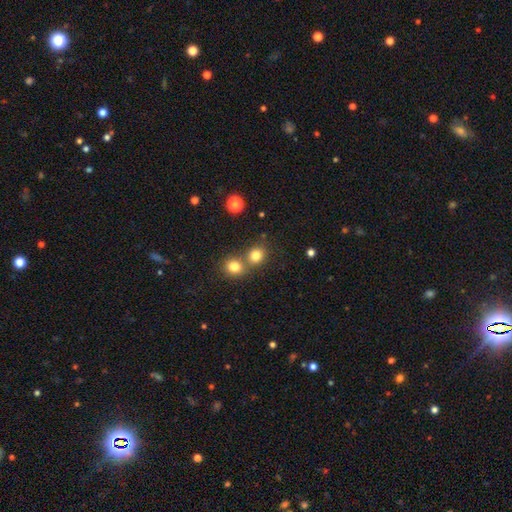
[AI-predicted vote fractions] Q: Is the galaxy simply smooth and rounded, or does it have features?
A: smooth — 80%.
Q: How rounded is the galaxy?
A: round — 82%.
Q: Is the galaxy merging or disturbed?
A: none — 57%.